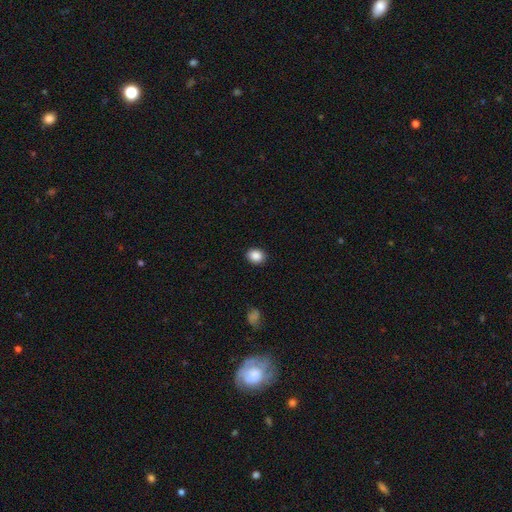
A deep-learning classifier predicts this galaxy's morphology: smooth 88%, star or artifact 9%, featured or disk 3%. Down the decision tree: how rounded — in between (50%); merging — none (90%).